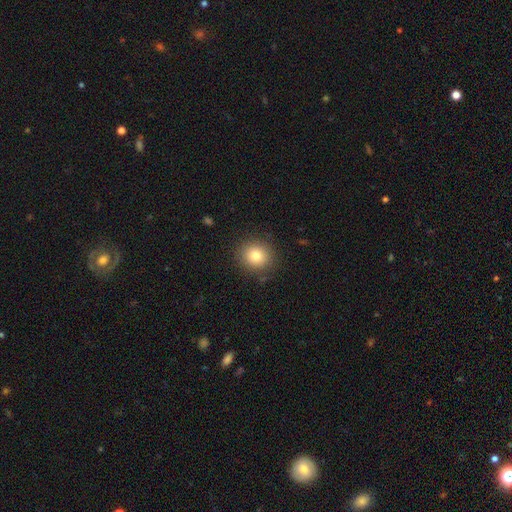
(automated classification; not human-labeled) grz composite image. It shows a smooth galaxy with no disk features (80%) that is round (85%). Merging: none (87%).